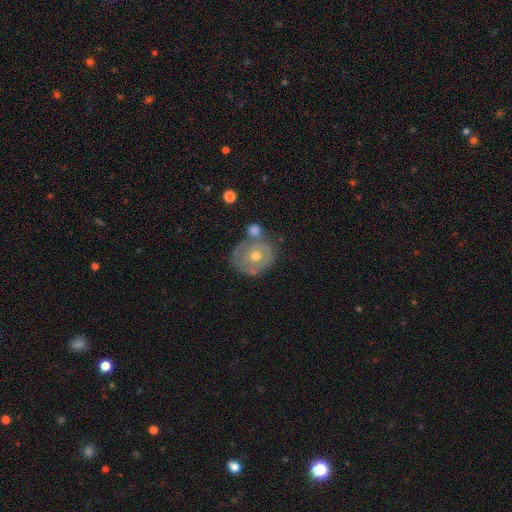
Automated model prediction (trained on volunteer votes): Smooth or featured? Predicted: featured or disk (p=0.59). Edge-on disk? Predicted: no (p=0.96). Bar? Predicted: no (p=0.88). Spiral arms? Predicted: no (p=0.61). Bulge size? Predicted: moderate (p=0.70). Merging? Predicted: none (p=0.52).